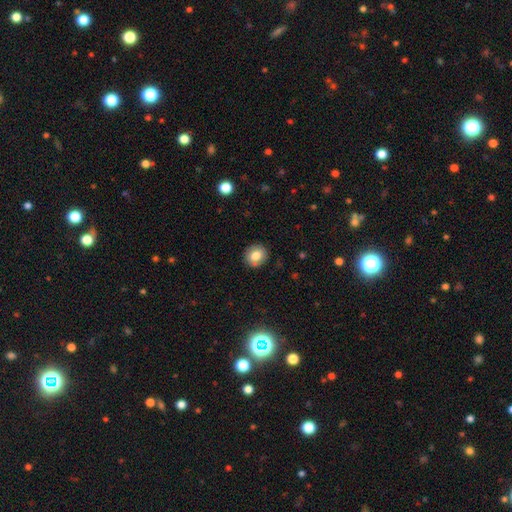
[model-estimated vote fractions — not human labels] Q: Smooth or featured?
A: smooth (78%); runner-up: featured or disk (12%)
Q: How rounded?
A: round (77%); runner-up: in between (22%)
Q: Merging?
A: none (88%); runner-up: minor disturbance (8%)